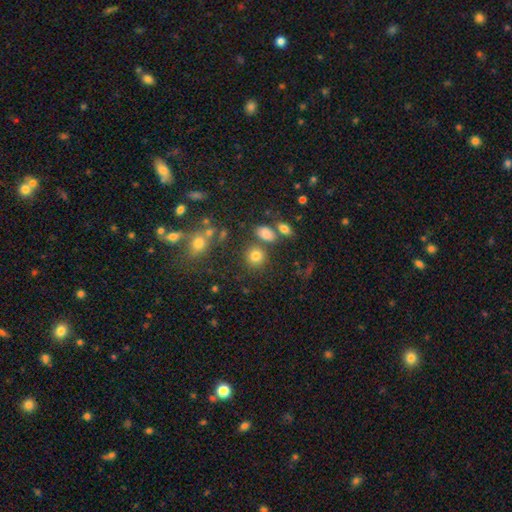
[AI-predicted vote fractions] Smooth or featured? smooth (77%)
How rounded? round (81%)
Merging? none (73%)